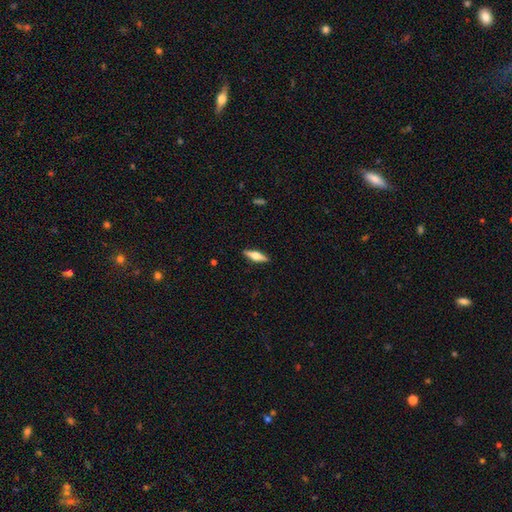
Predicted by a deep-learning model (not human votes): Overall: featured or disk (53%; smooth 41%). Edge-on disk: yes (94%). Edge-on bulge: rounded (93%). Merging: none (89%).